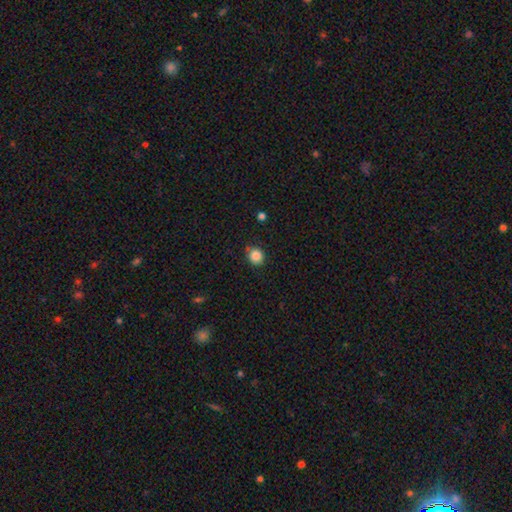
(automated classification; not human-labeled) The model was most divided on "how rounded": round: 83%, in between: 16%, cigar-shaped: 1%. More confident: smooth or featured — smooth (85%); merging — none (82%).